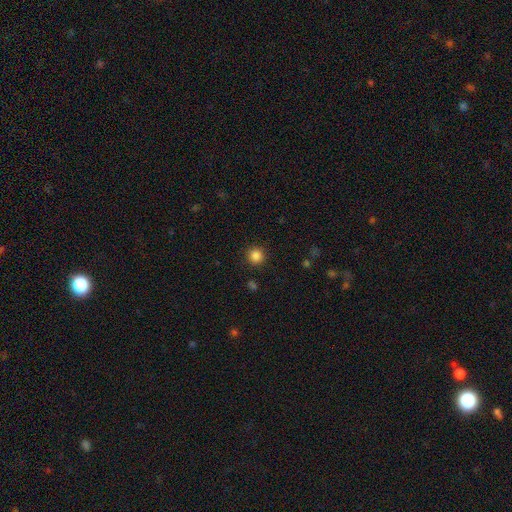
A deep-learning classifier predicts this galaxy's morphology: Overall: smooth (85%). How rounded: round (94%). Merging: none (91%).